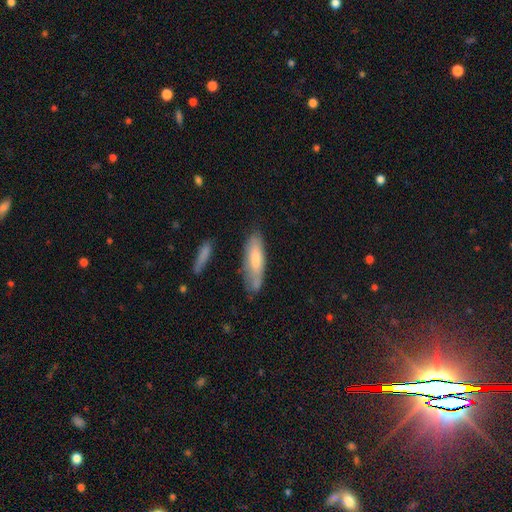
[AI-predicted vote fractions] Q: Smooth or featured?
A: smooth (63%); runner-up: featured or disk (30%)
Q: How rounded?
A: cigar-shaped (59%); runner-up: in between (39%)
Q: Merging?
A: none (67%); runner-up: minor disturbance (24%)